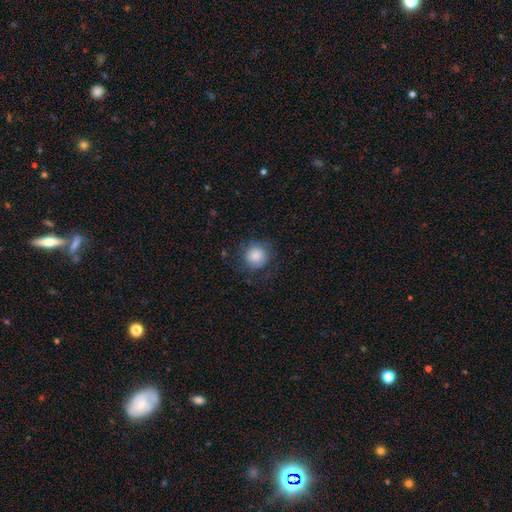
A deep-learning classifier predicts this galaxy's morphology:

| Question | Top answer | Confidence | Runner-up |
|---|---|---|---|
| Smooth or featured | smooth | 82% | featured or disk (9%) |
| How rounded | round | 92% | in between (7%) |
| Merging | none | 74% | minor disturbance (16%) |